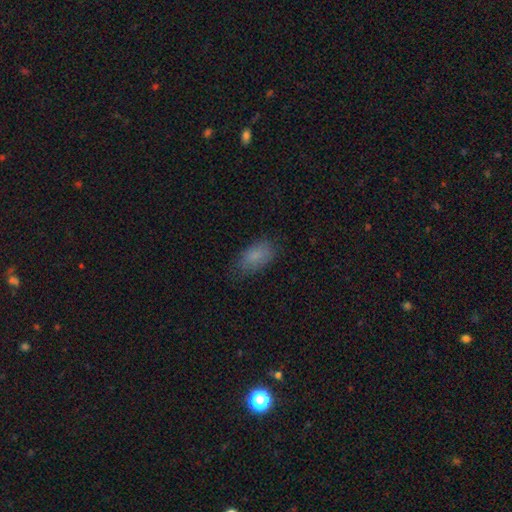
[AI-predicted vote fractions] Overall: smooth (83%). How rounded: in between (92%). Merging: none (70%).